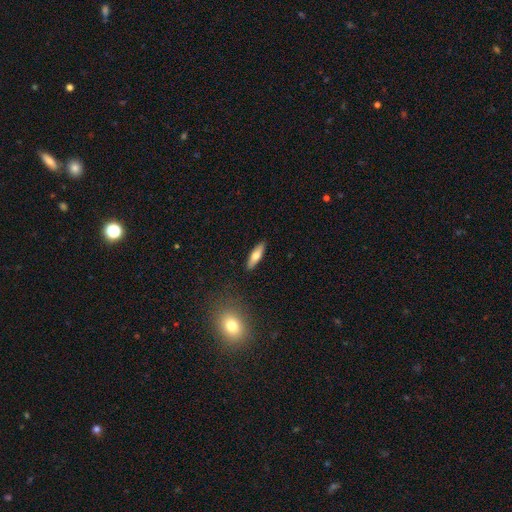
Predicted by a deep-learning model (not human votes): Smooth or featured: smooth — 65% (featured or disk — 29%)
How rounded: cigar-shaped — 61% (in between — 37%)
Merging: none — 90% (minor disturbance — 7%)